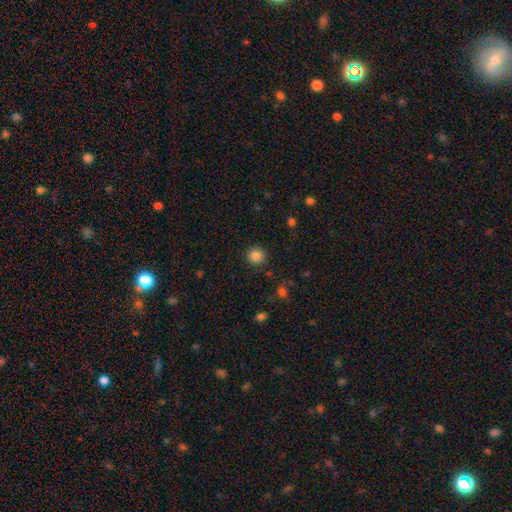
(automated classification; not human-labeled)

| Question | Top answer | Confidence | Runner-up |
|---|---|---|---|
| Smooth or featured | smooth | 85% | star or artifact (11%) |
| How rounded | round | 93% | in between (6%) |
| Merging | none | 89% | minor disturbance (7%) |